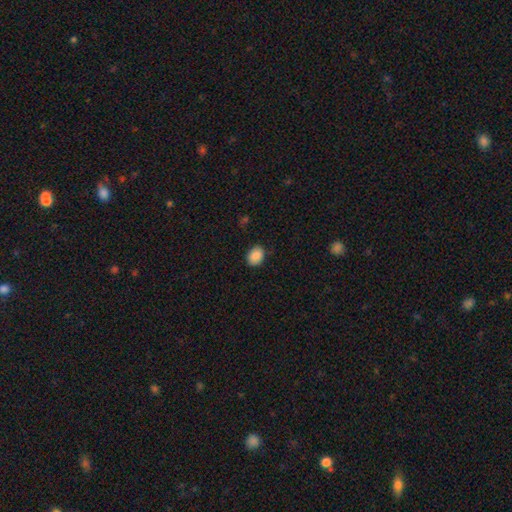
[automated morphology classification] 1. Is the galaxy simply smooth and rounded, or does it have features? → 88% smooth, 8% star or artifact, 4% featured or disk.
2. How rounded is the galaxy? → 65% in between, 34% round, 1% cigar-shaped.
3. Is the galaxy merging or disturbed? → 84% none, 12% minor disturbance, 2% major disturbance, 1% merger.